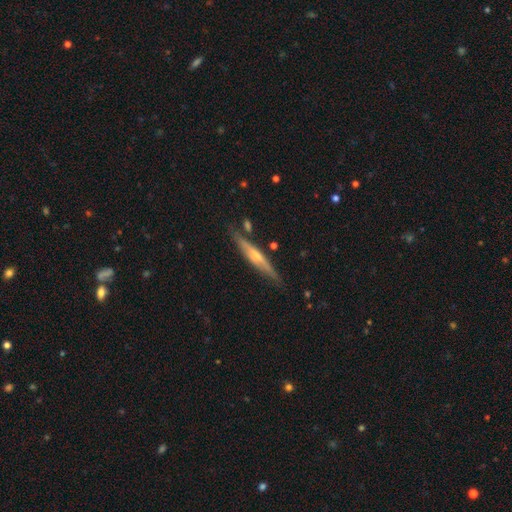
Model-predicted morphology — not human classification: featured or disk 69%, smooth 25%, star or artifact 6%. Down the decision tree: edge-on disk — yes (96%); edge-on bulge — rounded (74%); merging — none (83%).